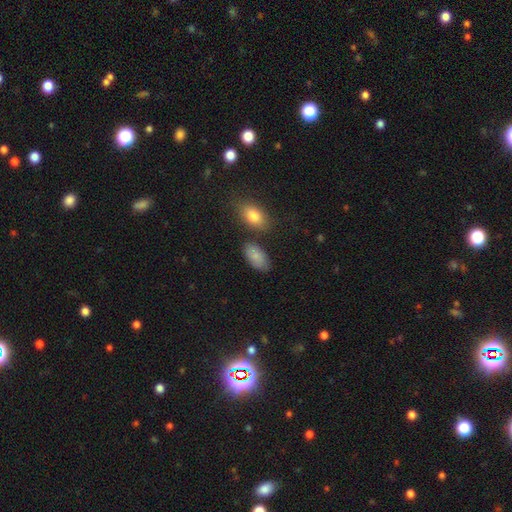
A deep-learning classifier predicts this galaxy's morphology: A smooth galaxy with no disk features (82%) that is in between round and cigar-shaped (93%). Merging: none (73%).